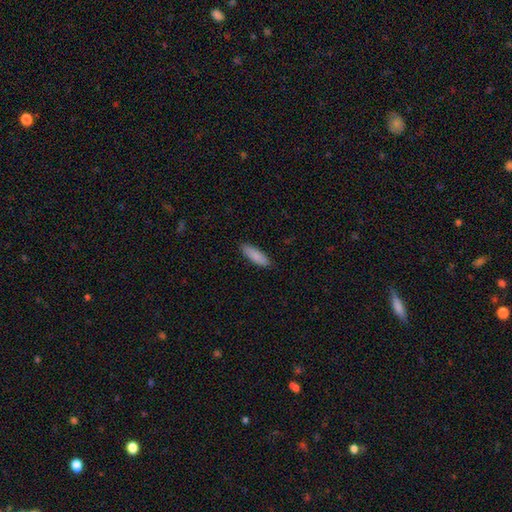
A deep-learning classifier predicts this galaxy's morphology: smooth_or_featured: smooth (p=0.88) [alt: featured or disk p=0.06]
how_rounded: in between (p=0.53) [alt: cigar-shaped p=0.45]
merging: none (p=0.88) [alt: minor disturbance p=0.09]